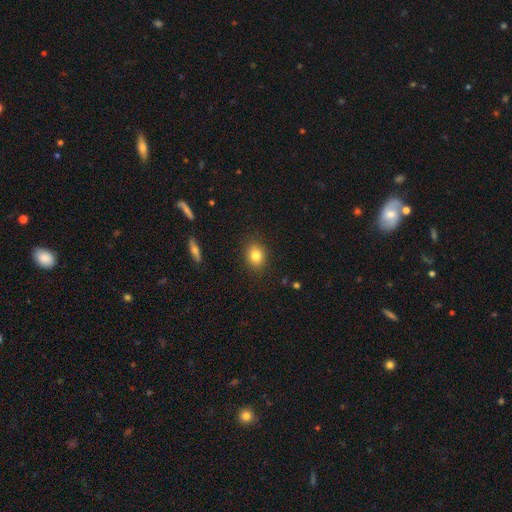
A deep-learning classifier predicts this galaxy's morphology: Smooth or featured?
  - smooth: 82% *
  - star or artifact: 10%
  - featured or disk: 8%
How rounded?
  - round: 53% *
  - in between: 46%
  - cigar-shaped: 1%
Merging?
  - none: 87% *
  - minor disturbance: 9%
  - major disturbance: 3%
  - merger: 1%